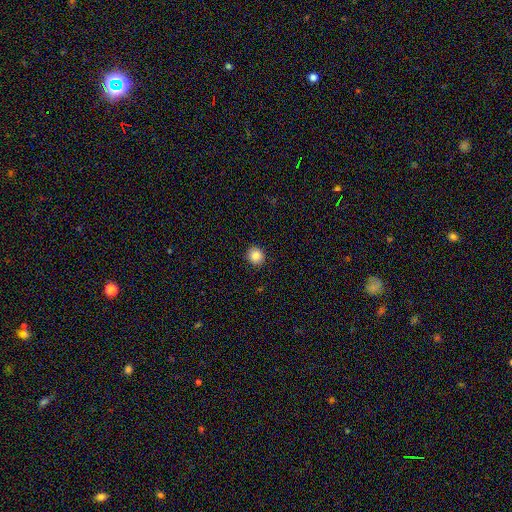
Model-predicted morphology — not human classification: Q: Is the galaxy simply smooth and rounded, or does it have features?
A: smooth — 86%.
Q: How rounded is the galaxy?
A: round — 88%.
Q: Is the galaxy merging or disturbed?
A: none — 91%.